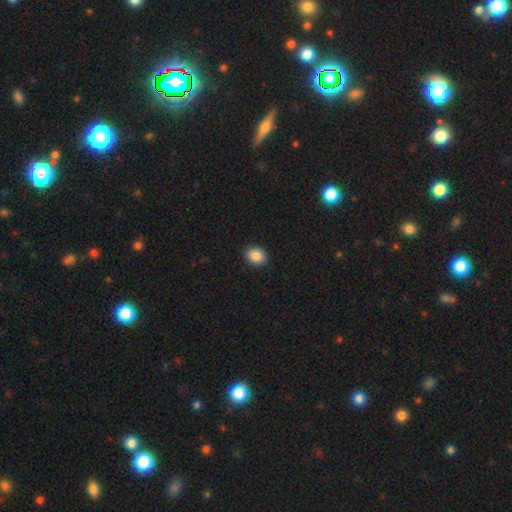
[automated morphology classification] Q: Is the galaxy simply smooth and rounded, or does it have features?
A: smooth — 89%.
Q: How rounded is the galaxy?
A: in between — 56%.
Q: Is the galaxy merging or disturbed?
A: none — 91%.